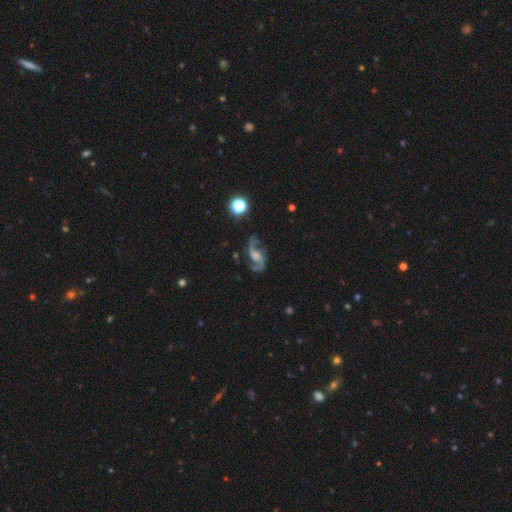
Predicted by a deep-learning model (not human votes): This is clearly a featured or disk galaxy (89%). It is clearly not viewed edge-on (97%). Bar: possibly no (46%). Spiral arm pattern: clearly yes (97%). Spiral arm count: clearly 2 (93%). Spiral winding: likely loose (61%). Central bulge: marginally moderate (33%). Merging: likely none (72%).